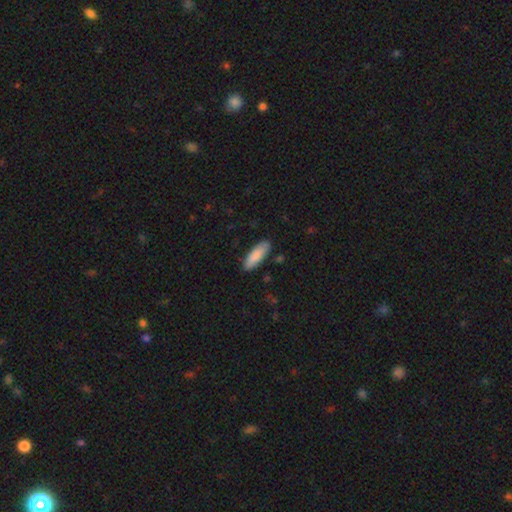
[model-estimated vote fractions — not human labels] Smooth or featured? Predicted: smooth (p=0.86). How rounded? Predicted: in between (p=0.61). Merging? Predicted: none (p=0.86).